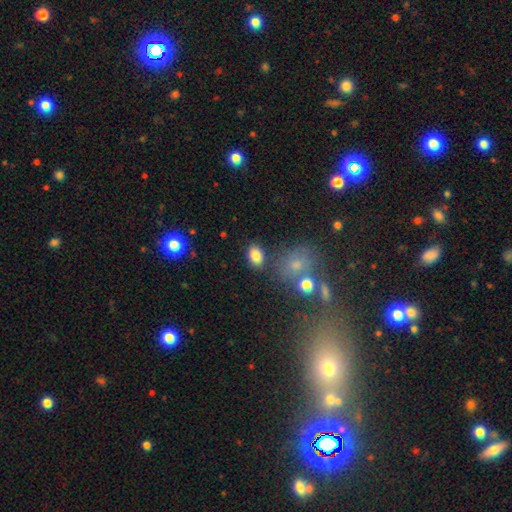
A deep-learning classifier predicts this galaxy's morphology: smooth_or_featured: smooth (p=0.83) [alt: star or artifact p=0.10]
how_rounded: in between (p=0.83) [alt: round p=0.15]
merging: none (p=0.79) [alt: minor disturbance p=0.11]